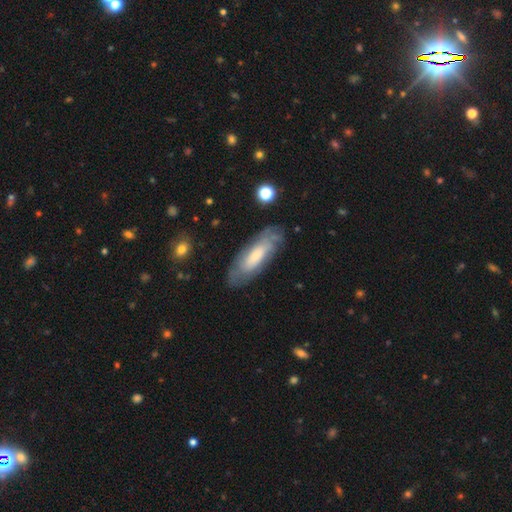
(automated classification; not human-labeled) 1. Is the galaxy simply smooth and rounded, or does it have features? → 46% featured or disk (tied), 46% smooth (tied), 7% star or artifact.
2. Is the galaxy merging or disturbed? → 74% none, 18% minor disturbance, 6% major disturbance, 2% merger.